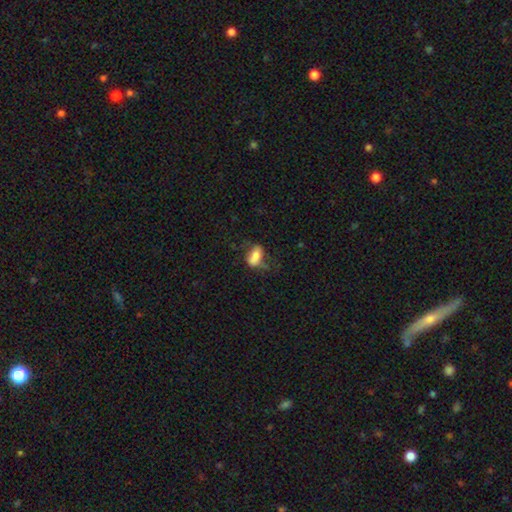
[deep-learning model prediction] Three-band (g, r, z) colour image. It shows a smooth galaxy with no disk features (71%) that is in between round and cigar-shaped (85%). Merging: none (47%).